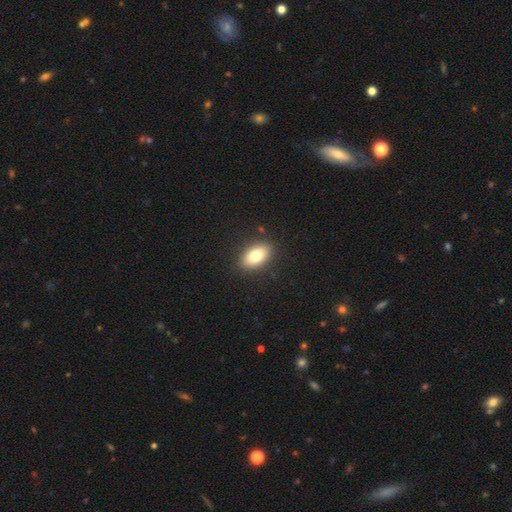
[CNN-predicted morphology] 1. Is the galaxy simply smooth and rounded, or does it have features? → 78% smooth, 14% featured or disk, 8% star or artifact.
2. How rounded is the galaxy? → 90% in between, 7% round, 3% cigar-shaped.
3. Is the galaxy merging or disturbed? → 89% none, 8% minor disturbance, 2% major disturbance, 1% merger.